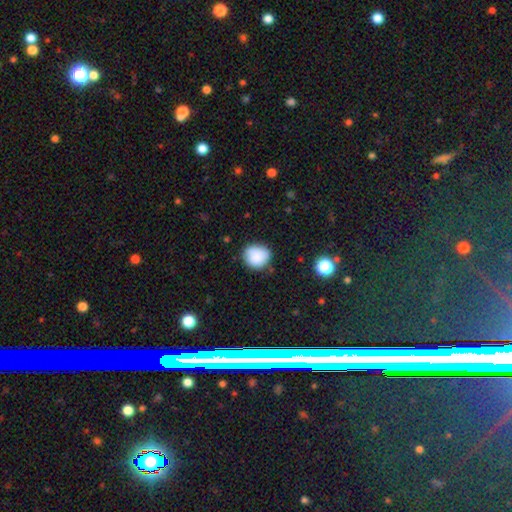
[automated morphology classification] Smooth or featured? Predicted: smooth (p=0.84). How rounded? Predicted: round (p=0.76). Merging? Predicted: none (p=0.74).